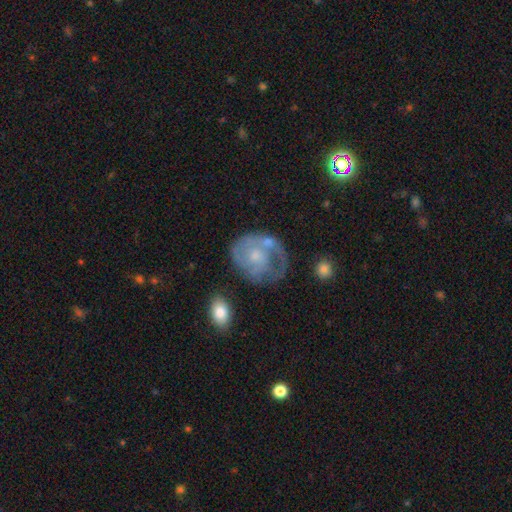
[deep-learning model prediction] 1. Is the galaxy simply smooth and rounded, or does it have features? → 72% featured or disk, 22% smooth, 6% star or artifact.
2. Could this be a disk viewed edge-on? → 98% no, 2% yes.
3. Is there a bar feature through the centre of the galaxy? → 75% no, 22% weak, 3% strong.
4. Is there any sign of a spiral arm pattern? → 81% yes, 19% no.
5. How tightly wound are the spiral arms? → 49% tight, 34% medium, 16% loose.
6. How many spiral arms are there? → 31% 2, 28% 1, 28% can't tell, 8% 3, 3% 4, 2% more than 4.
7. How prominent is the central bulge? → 51% small, 34% moderate, 11% none, 3% large, 1% dominant.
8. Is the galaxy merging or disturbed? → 49% none, 22% minor disturbance, 20% major disturbance, 8% merger.